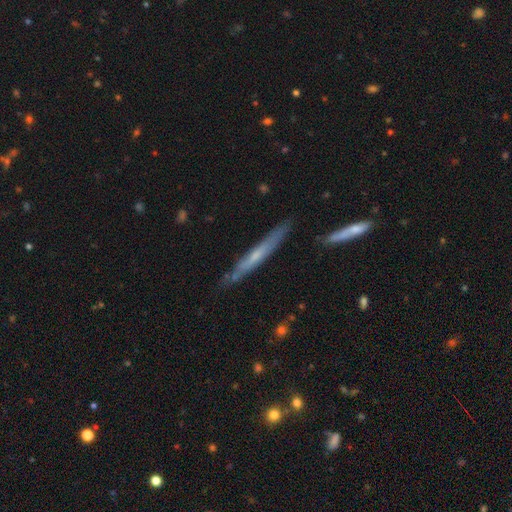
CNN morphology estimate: This appears to be a featured or disk galaxy (56%) viewed edge-on (91%) with no central bulge (60%). Merging: none (80%).